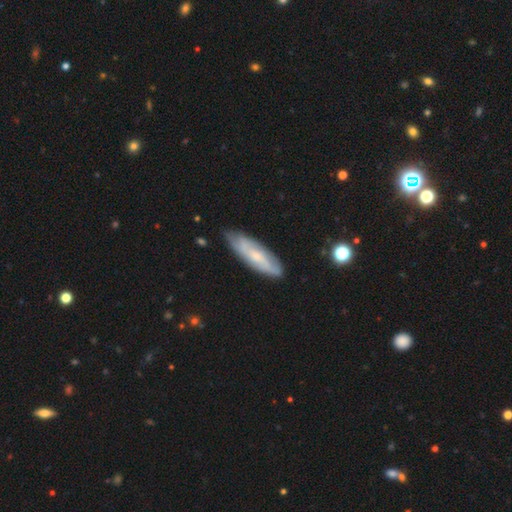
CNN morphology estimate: smooth_or_featured: featured or disk (p=0.50) [alt: smooth p=0.43]
disk_edge_on: no (p=0.64) [alt: yes p=0.36]
merging: none (p=0.77) [alt: minor disturbance p=0.18]